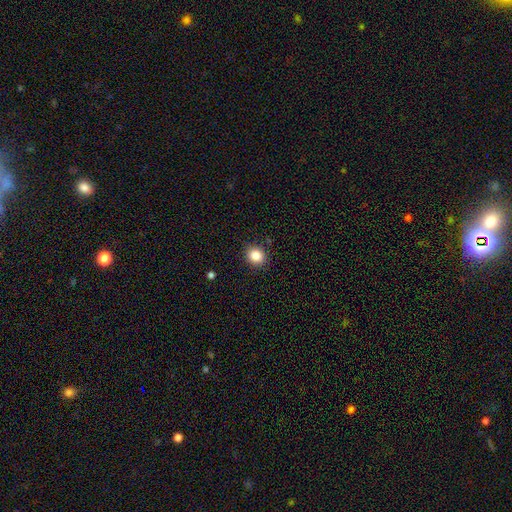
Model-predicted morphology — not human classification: Smooth or featured? smooth (84%)
How rounded? round (79%)
Merging? none (89%)